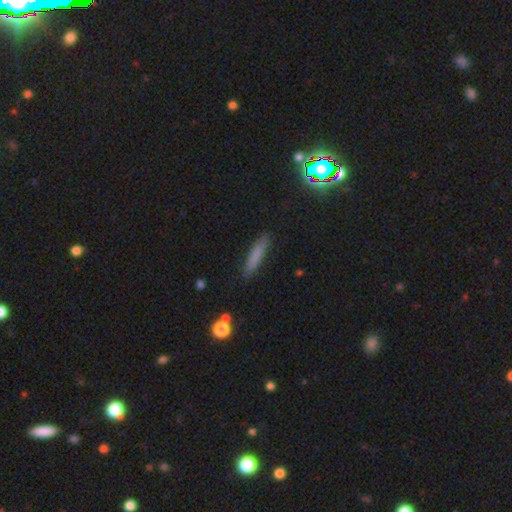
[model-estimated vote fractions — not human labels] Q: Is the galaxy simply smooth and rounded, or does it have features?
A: smooth — 73%.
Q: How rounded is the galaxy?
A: cigar-shaped — 88%.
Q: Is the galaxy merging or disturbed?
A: none — 86%.